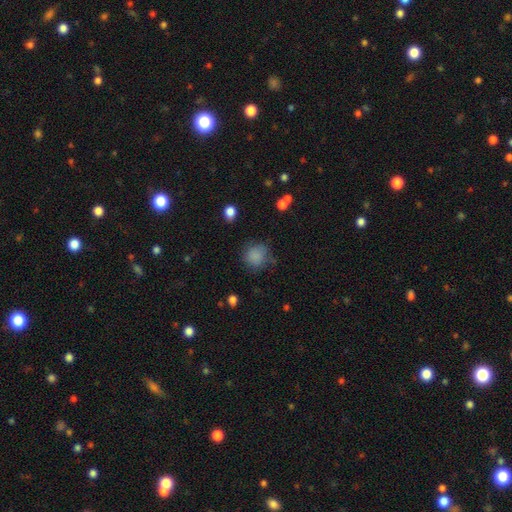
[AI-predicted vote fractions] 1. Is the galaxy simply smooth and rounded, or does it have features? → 84% smooth, 10% star or artifact, 6% featured or disk.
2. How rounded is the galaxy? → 83% round, 16% in between, 1% cigar-shaped.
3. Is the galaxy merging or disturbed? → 69% none, 20% minor disturbance, 8% major disturbance, 2% merger.